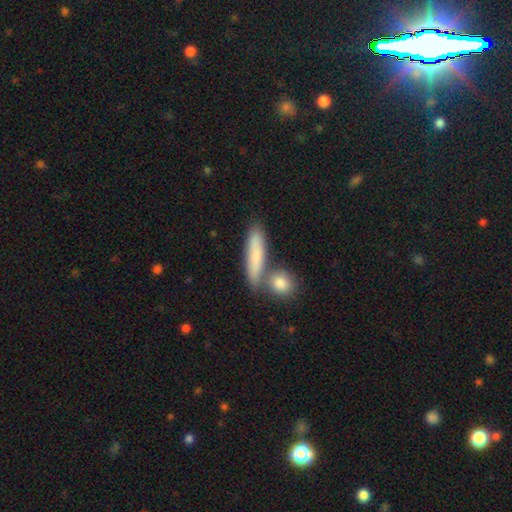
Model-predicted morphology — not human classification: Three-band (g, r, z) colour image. It shows a smooth galaxy with no disk features (77%) that is cigar-shaped (73%). Merging: none (67%).